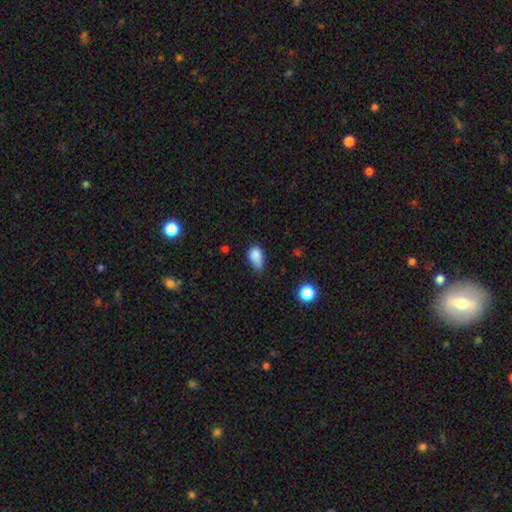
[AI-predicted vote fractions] Smooth or featured? Predicted: smooth (p=0.83). How rounded? Predicted: in between (p=0.81). Merging? Predicted: minor disturbance (p=0.49).